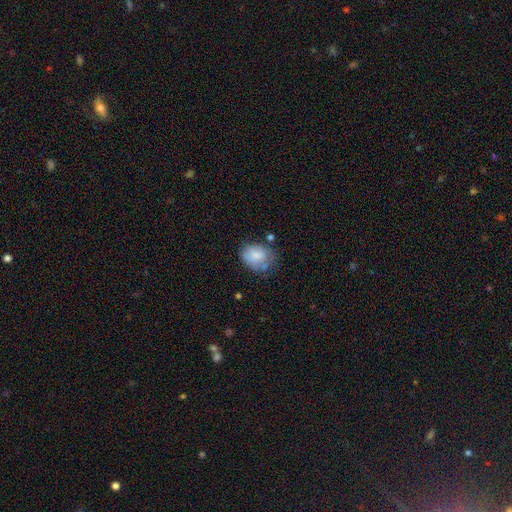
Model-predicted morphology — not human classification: Overall: smooth (75%). How rounded: in between (57%; round 42%). Merging: none (50%; minor disturbance 31%).